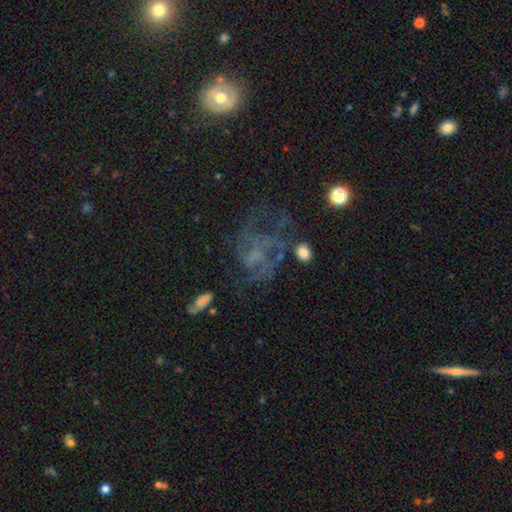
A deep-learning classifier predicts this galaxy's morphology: smooth-or-featured: featured or disk: 63% | star or artifact: 21% | smooth: 16%
  disk-edge-on: no: 97% | yes: 3%
    bar: no: 71% | weak: 24% | strong: 5%
    has-spiral-arms: yes: 64% | no: 36%
    bulge-size: none: 56% | small: 23% | moderate: 16% | large: 4% | dominant: 1%
  merging: none: 40% | major disturbance: 36% | minor disturbance: 18% | merger: 6%